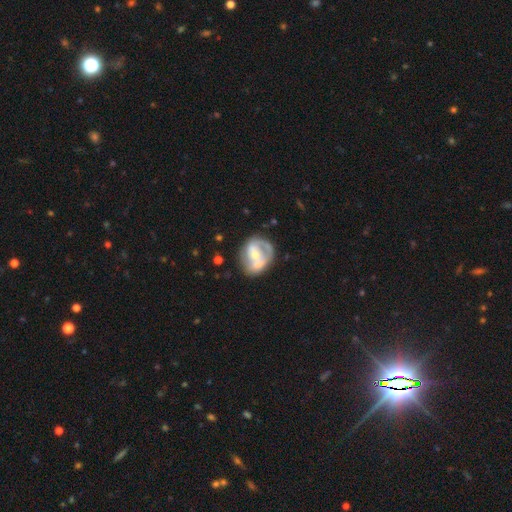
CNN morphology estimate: Smooth or featured? Predicted: featured or disk (p=0.63). Edge-on disk? Predicted: no (p=0.97). Bar? Predicted: no (p=0.66). Spiral arms? Predicted: no (p=0.57). Bulge size? Predicted: moderate (p=0.55). Merging? Predicted: none (p=0.40).